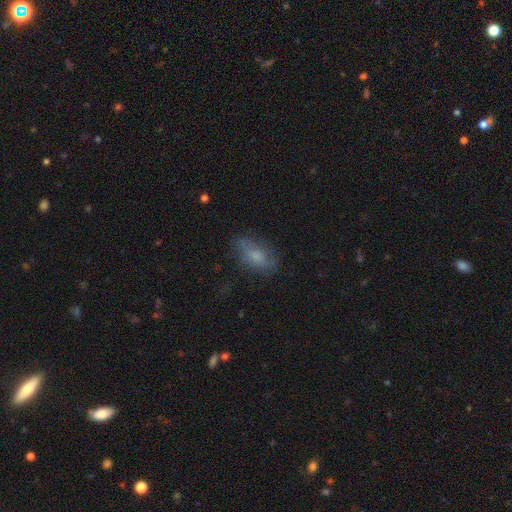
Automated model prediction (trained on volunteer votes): This appears to be a smooth galaxy with no disk features (65%) that is in between round and cigar-shaped (86%). Merging: none (65%).